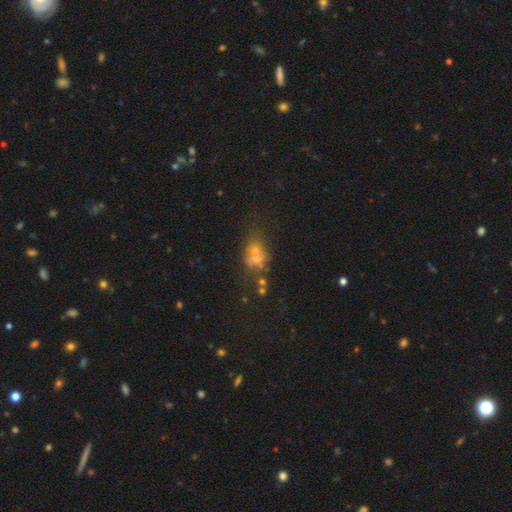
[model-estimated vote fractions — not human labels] A smooth galaxy with no disk features (44%). Merging: merger (44%).